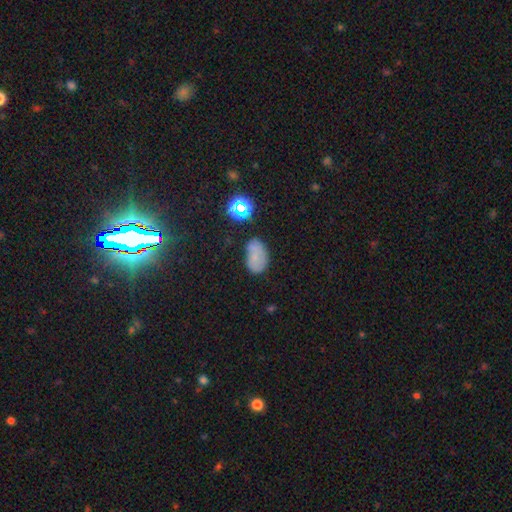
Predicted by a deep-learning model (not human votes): smooth-or-featured: smooth: 64% | star or artifact: 19% | featured or disk: 18%
  how-rounded: in between: 87% | round: 11% | cigar-shaped: 1%
  merging: none: 54% | minor disturbance: 29% | major disturbance: 10% | merger: 8%